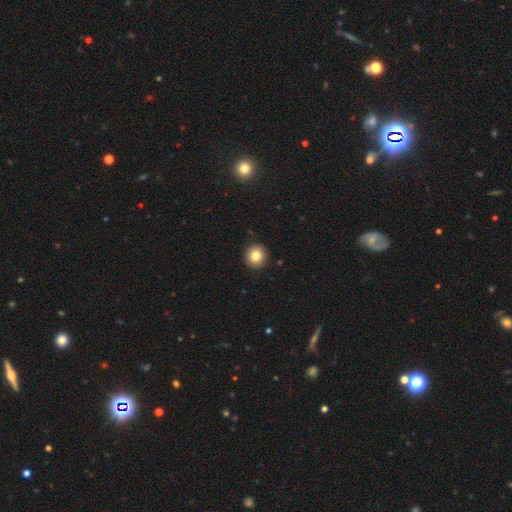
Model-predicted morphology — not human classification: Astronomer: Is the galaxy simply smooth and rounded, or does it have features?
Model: smooth — 82%.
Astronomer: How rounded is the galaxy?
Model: round — 92%.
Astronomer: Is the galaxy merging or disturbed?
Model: none — 92%.